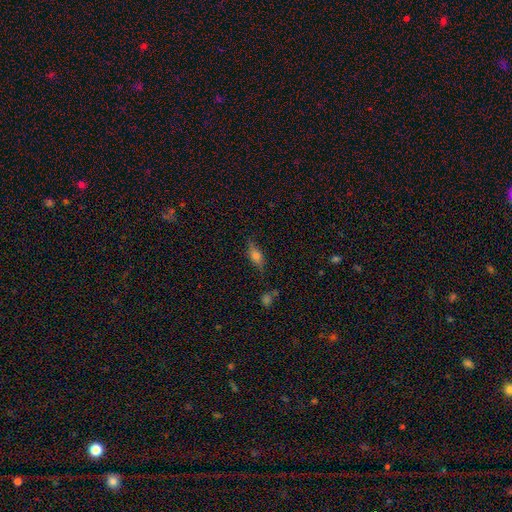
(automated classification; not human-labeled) A smooth galaxy with no disk features (54%) that is in between round and cigar-shaped (66%). Merging: none (72%).